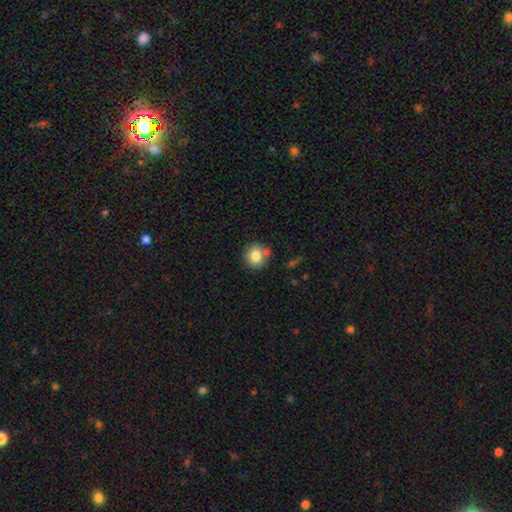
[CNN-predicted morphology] type=smooth (82%); roundness=round (83%); merging=none (74%).